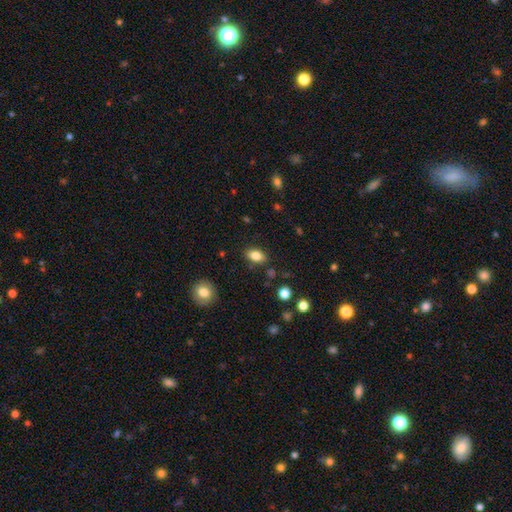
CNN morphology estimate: smooth 83%, star or artifact 9%, featured or disk 9%. Down the decision tree: how rounded — in between (87%); merging — none (84%).